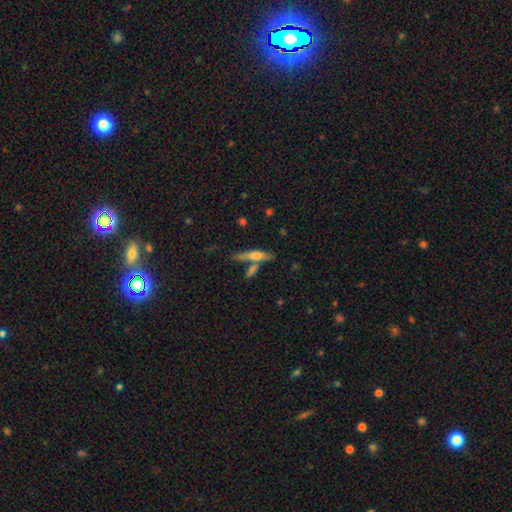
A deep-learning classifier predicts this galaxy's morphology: Q: Smooth or featured?
A: smooth (49%); runner-up: featured or disk (43%)
Q: Merging?
A: none (63%); runner-up: merger (21%)